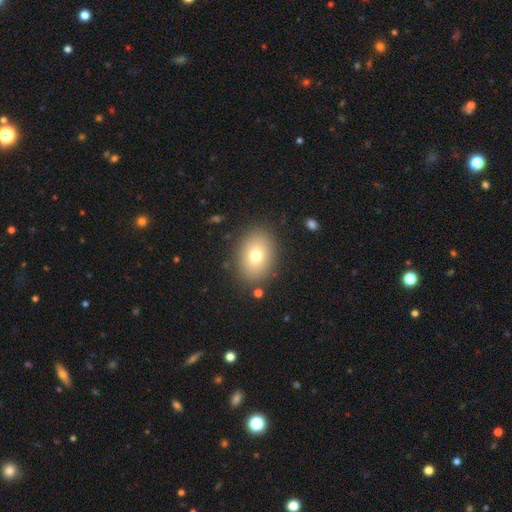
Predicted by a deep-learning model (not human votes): smooth 74%, featured or disk 15%, star or artifact 10%. Down the decision tree: how rounded — in between (70%); merging — none (87%).